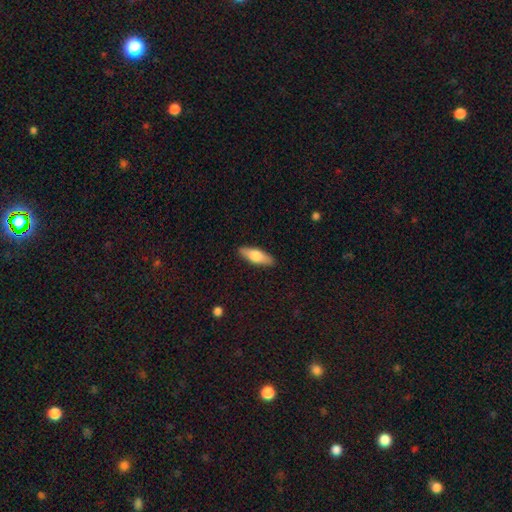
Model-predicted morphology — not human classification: smooth_or_featured: smooth (p=0.61) [alt: featured or disk p=0.33]
how_rounded: in between (p=0.54) [alt: cigar-shaped p=0.44]
merging: none (p=0.89) [alt: minor disturbance p=0.08]